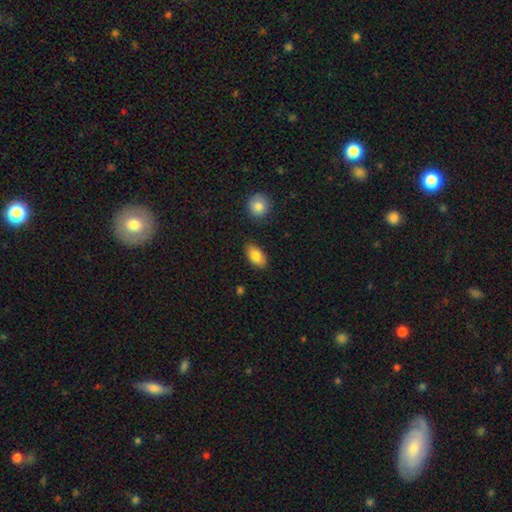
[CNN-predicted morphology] The model was most divided on "smooth or featured": smooth: 84%, featured or disk: 9%, star or artifact: 7%. More confident: how rounded — in between (92%); merging — none (86%).